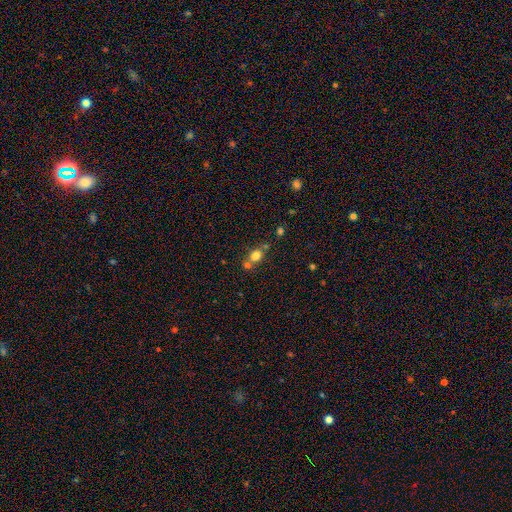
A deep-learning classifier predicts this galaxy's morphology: A smooth galaxy with no disk features (78%) that is round (55%).

Vote fractions:
- Smooth or featured? smooth: 78% / star or artifact: 13% / featured or disk: 9%
- How rounded? round: 55% / in between: 43% / cigar-shaped: 2%
- Merging? none: 52% / merger: 34% / minor disturbance: 10% / major disturbance: 4%